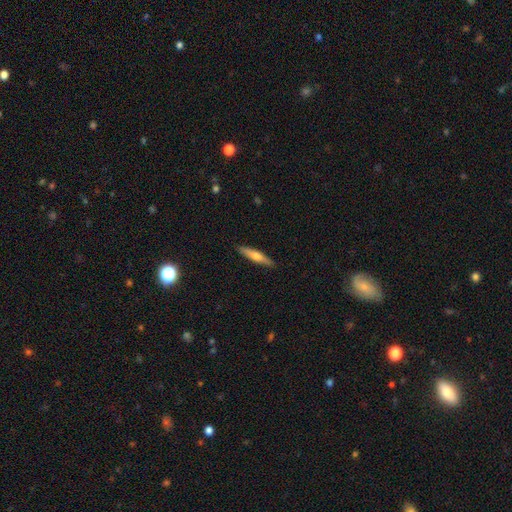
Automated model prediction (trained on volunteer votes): The model was most divided on "smooth or featured": smooth: 53%, featured or disk: 41%, star or artifact: 6%. More confident: merging — none (90%); how rounded — cigar-shaped (88%).